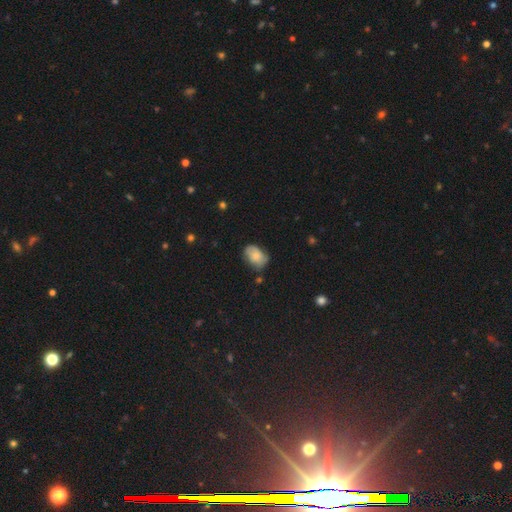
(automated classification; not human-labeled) Q: Smooth or featured?
A: smooth (71%); runner-up: featured or disk (21%)
Q: How rounded?
A: in between (81%); runner-up: round (18%)
Q: Merging?
A: none (58%); runner-up: minor disturbance (32%)